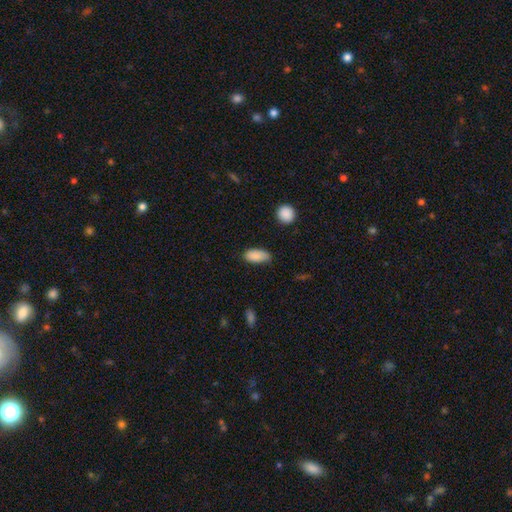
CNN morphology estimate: smooth-or-featured: smooth: 88% | star or artifact: 7% | featured or disk: 5%
  how-rounded: in between: 91% | cigar-shaped: 6% | round: 3%
  merging: none: 68% | minor disturbance: 26% | major disturbance: 5% | merger: 2%